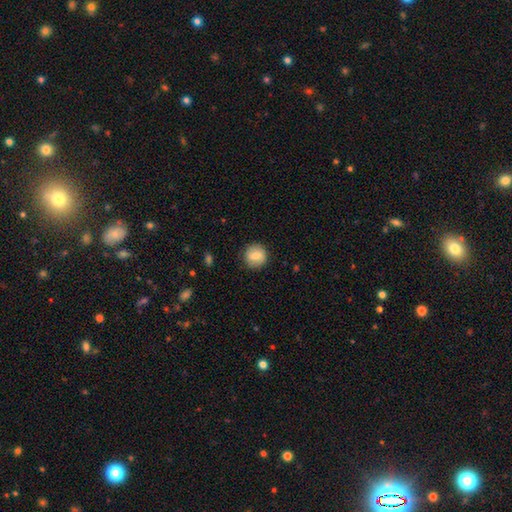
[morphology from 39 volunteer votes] Overall: smooth (74%). How rounded: round (97%). Merging: none (83%).